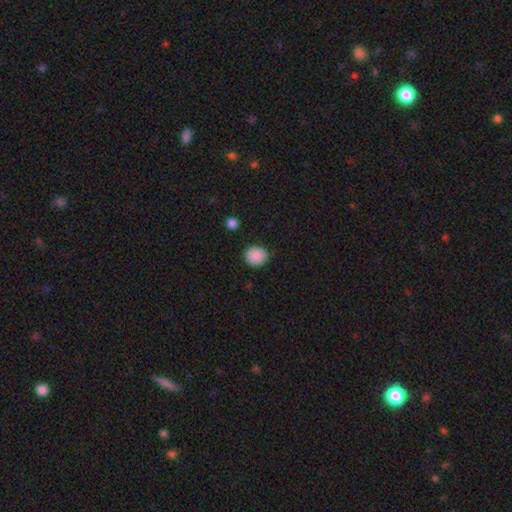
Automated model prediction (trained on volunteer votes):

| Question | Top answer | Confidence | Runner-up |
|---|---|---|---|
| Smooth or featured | smooth | 89% | star or artifact (8%) |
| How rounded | round | 83% | in between (16%) |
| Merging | none | 86% | minor disturbance (10%) |